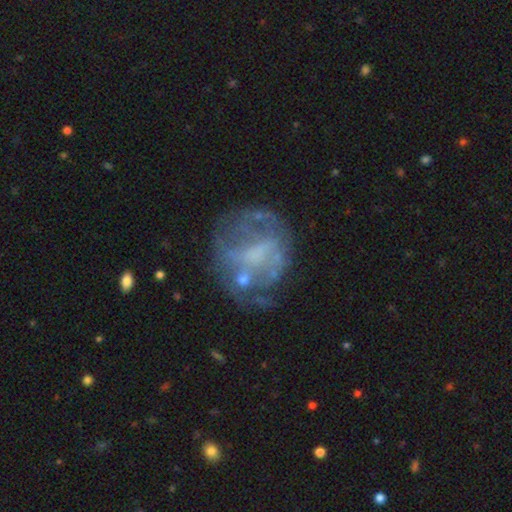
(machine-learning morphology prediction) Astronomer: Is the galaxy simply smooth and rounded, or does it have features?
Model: featured or disk — 65%.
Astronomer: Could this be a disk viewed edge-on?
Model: no — 97%.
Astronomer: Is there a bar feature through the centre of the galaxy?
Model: no — 53% (runner-up: weak, 34%).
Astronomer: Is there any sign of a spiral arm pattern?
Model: no — 67%.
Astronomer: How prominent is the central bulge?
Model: none — 45% (runner-up: small, 25%).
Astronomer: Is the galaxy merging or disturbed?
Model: none — 55%.